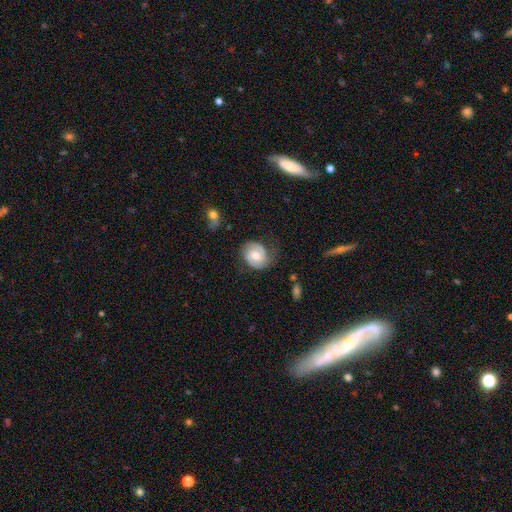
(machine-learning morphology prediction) Smooth or featured? featured or disk (73%)
Edge-on disk? no (98%)
Bar? no (49%)
Spiral arms? yes (93%)
Spiral winding? tight (45%)
Spiral arm count? 2 (86%)
Bulge size? moderate (71%)
Merging? none (70%)